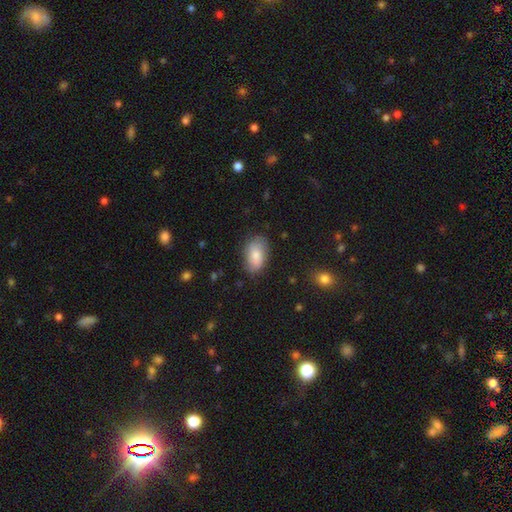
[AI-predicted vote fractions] Morphology: type=smooth (80%); roundness=in between (92%); merging=none (75%).